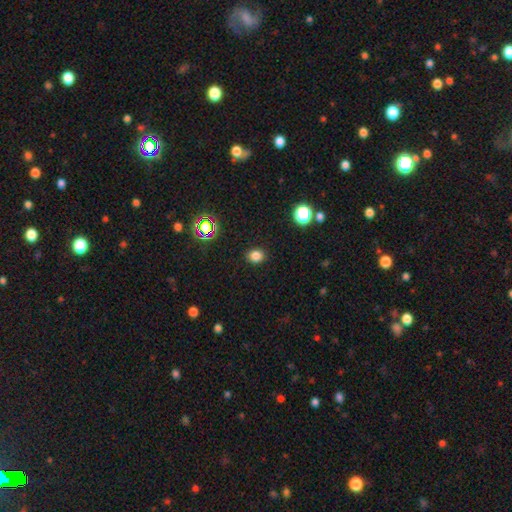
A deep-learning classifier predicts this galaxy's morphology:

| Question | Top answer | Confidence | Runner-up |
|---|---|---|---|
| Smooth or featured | smooth | 80% | star or artifact (15%) |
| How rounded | round | 67% | in between (32%) |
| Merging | none | 90% | minor disturbance (7%) |